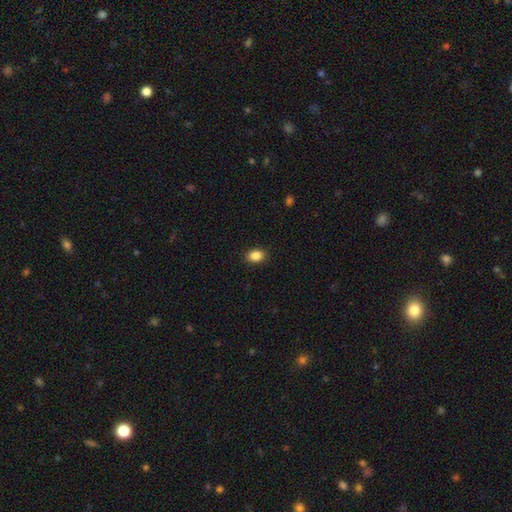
Smooth or featured? 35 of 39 (90%) said smooth. How rounded? 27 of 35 (77%) said in between. Merging? 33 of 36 (92%) said none.